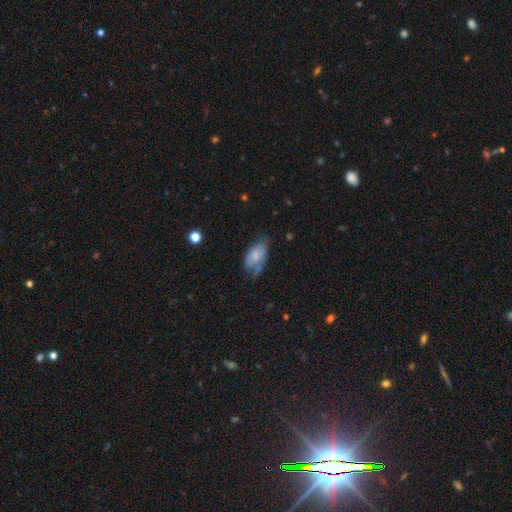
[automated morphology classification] Overall: smooth (70%). How rounded: in between (93%). Merging: none (42%; minor disturbance 35%).